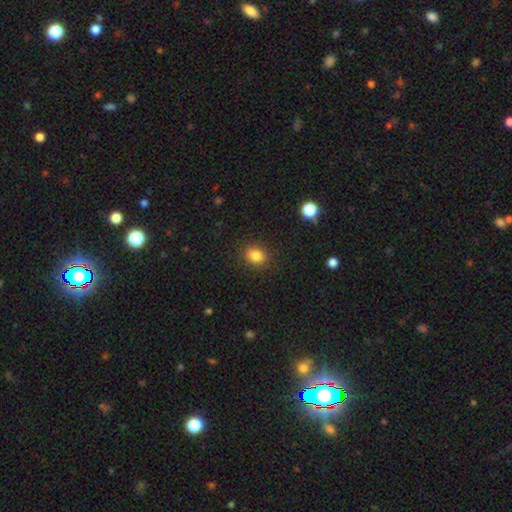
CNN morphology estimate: type=smooth (83%); roundness=round (71%); merging=none (88%).